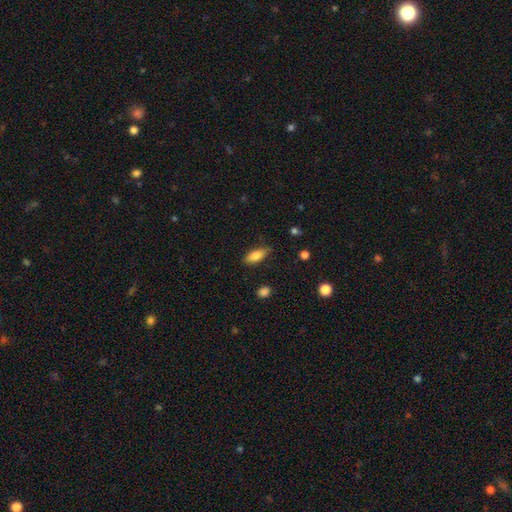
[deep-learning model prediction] A smooth galaxy with no disk features (81%) that is in between round and cigar-shaped (77%).

Vote fractions:
- Smooth or featured? smooth: 81% / featured or disk: 12% / star or artifact: 7%
- How rounded? in between: 77% / cigar-shaped: 21% / round: 3%
- Merging? none: 81% / minor disturbance: 15% / major disturbance: 3% / merger: 1%